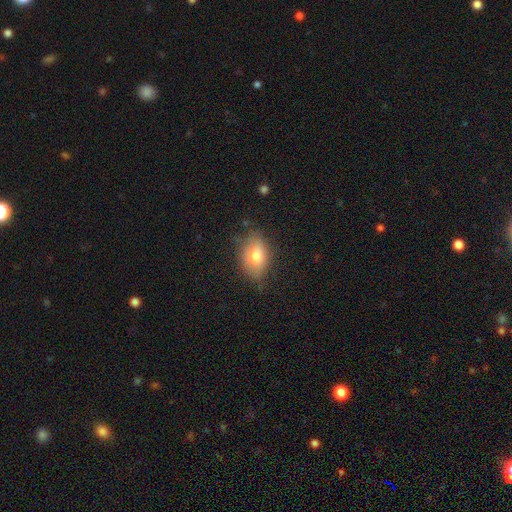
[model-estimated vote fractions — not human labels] Smooth or featured?
  - smooth: 74% *
  - featured or disk: 18%
  - star or artifact: 8%
How rounded?
  - in between: 85% *
  - round: 12%
  - cigar-shaped: 2%
Merging?
  - none: 70% *
  - minor disturbance: 23%
  - major disturbance: 5%
  - merger: 2%